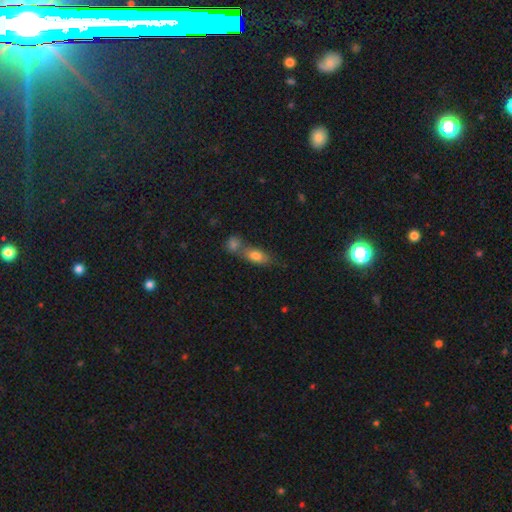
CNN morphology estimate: This appears to be a smooth galaxy with no disk features (78%) that is in between round and cigar-shaped (79%). Merging: merger (45%).